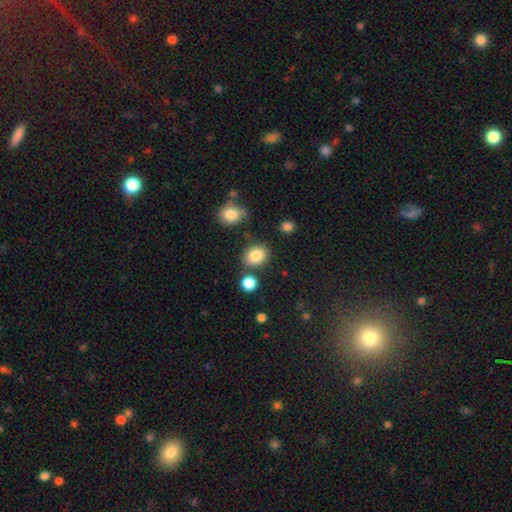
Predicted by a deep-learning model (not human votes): This appears to be a smooth galaxy with no disk features (84%) that is in between round and cigar-shaped (54%). Merging: none (76%).